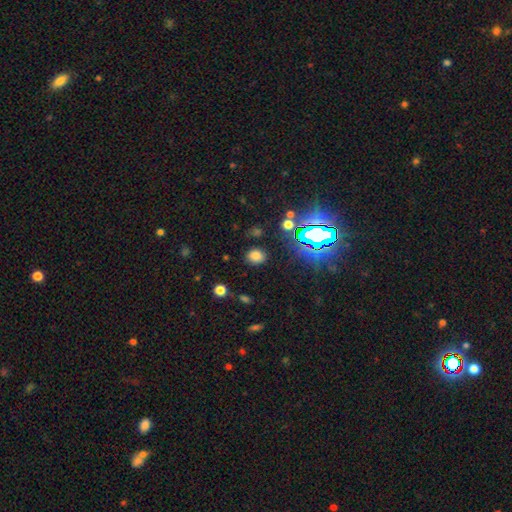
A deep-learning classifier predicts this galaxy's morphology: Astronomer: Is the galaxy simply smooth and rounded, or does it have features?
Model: smooth — 70%.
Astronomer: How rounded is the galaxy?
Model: round — 53% (runner-up: in between, 46%).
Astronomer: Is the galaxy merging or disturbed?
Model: none — 83%.